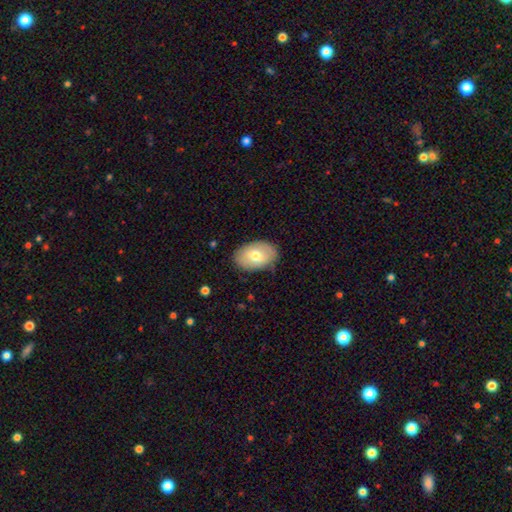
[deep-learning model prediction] Overall: smooth (69%). How rounded: in between (87%). Merging: none (81%).